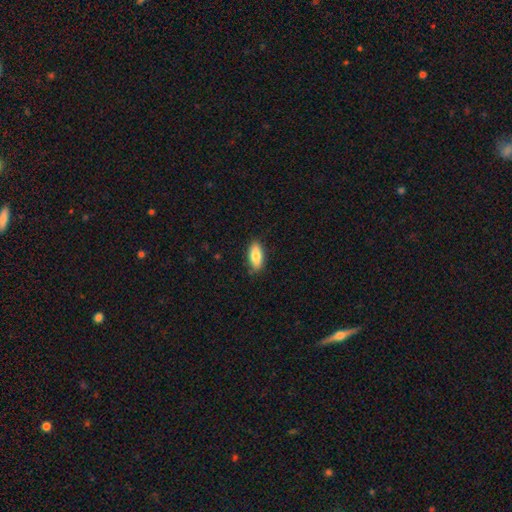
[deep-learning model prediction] Smooth or featured: smooth — 82% (featured or disk — 12%)
How rounded: in between — 82% (cigar-shaped — 16%)
Merging: none — 84% (minor disturbance — 12%)